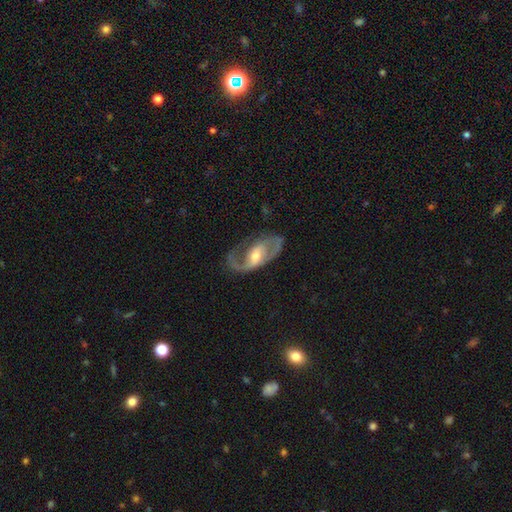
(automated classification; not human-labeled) Overall: featured or disk (84%). Edge-on disk: no (95%). Bar: weak (44%; no 33%). Spiral arms: yes (90%). Spiral arm count: 2 (75%). Spiral winding: medium (48%; loose 34%). Bulge size: moderate (60%; small 31%). Merging: none (62%).